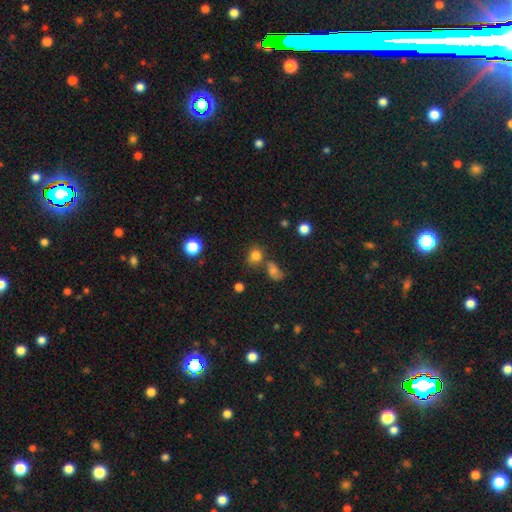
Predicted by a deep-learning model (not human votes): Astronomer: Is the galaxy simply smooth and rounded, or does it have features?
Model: smooth — 78%.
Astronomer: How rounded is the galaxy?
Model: round — 65%.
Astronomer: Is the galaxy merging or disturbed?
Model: none — 60%.